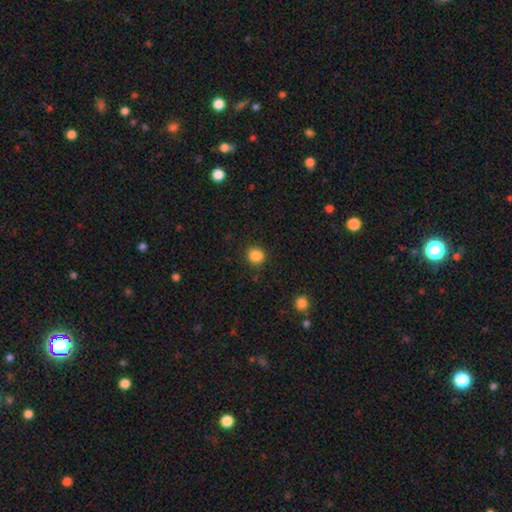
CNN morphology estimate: Q: Smooth or featured?
A: smooth (86%); runner-up: star or artifact (11%)
Q: How rounded?
A: round (77%); runner-up: in between (22%)
Q: Merging?
A: none (86%); runner-up: minor disturbance (10%)